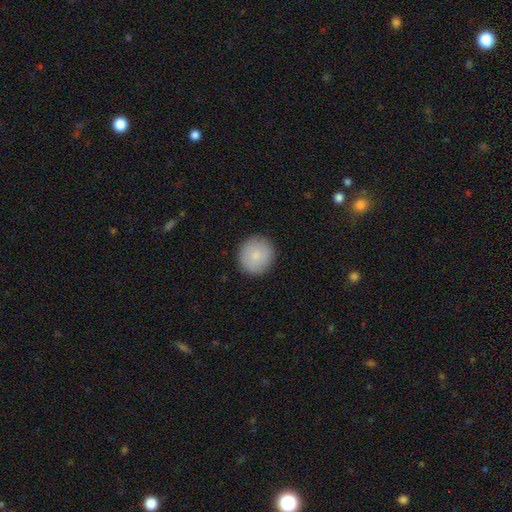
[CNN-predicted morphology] smooth_or_featured: smooth (p=0.84) [alt: featured or disk p=0.09]
how_rounded: round (p=0.94) [alt: in between p=0.05]
merging: none (p=0.90) [alt: minor disturbance p=0.07]